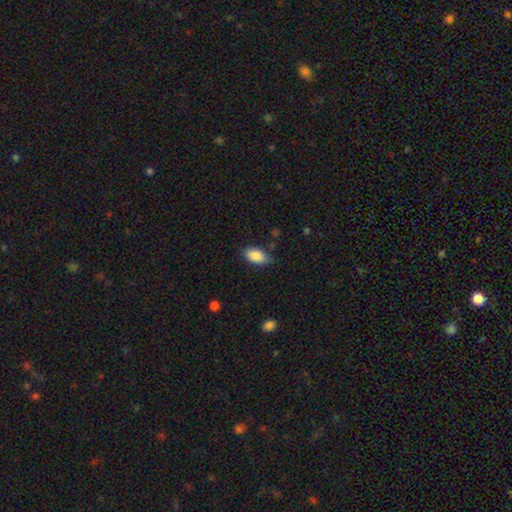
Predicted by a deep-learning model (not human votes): The model was most divided on "merging": none: 69%, minor disturbance: 25%, major disturbance: 4%, merger: 2%. More confident: how rounded — in between (92%); smooth or featured — smooth (87%).